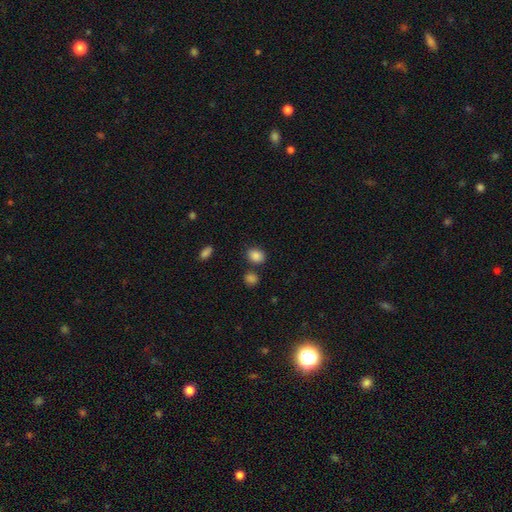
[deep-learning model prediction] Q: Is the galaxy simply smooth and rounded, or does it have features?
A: smooth — 86%.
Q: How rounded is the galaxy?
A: in between — 60%.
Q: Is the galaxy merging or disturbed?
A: none — 75%.